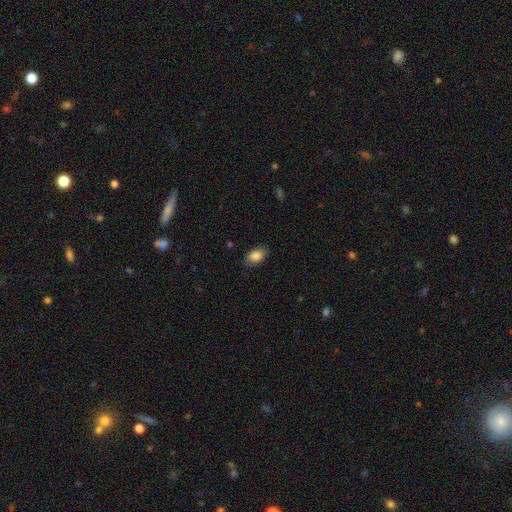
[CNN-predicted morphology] Smooth or featured?
  - smooth: 86% *
  - star or artifact: 8%
  - featured or disk: 7%
How rounded?
  - in between: 89% *
  - round: 9%
  - cigar-shaped: 2%
Merging?
  - none: 84% *
  - minor disturbance: 12%
  - major disturbance: 3%
  - merger: 1%